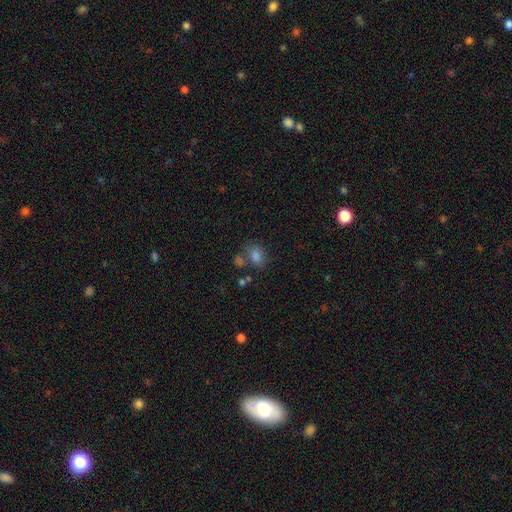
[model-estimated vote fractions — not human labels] A smooth galaxy with no disk features (78%) that is in between round and cigar-shaped (72%).

Vote fractions:
- Smooth or featured? smooth: 78% / star or artifact: 13% / featured or disk: 9%
- How rounded? in between: 72% / round: 27% / cigar-shaped: 1%
- Merging? none: 56% / merger: 21% / minor disturbance: 16% / major disturbance: 7%